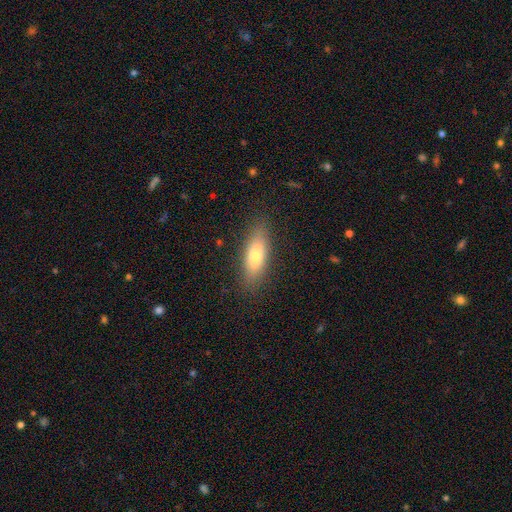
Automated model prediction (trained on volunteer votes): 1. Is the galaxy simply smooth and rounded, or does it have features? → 69% smooth, 24% featured or disk, 7% star or artifact.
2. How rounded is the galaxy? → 54% in between, 43% cigar-shaped, 3% round.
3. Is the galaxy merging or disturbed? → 87% none, 10% minor disturbance, 2% major disturbance, 1% merger.